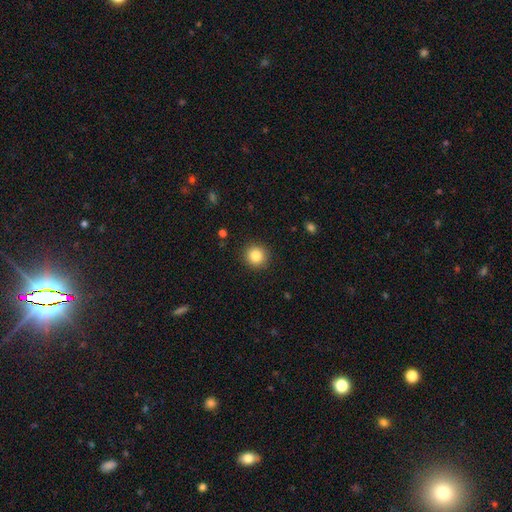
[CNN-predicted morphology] This is clearly a smooth galaxy (84%). How rounded: clearly round (92%). Merging: clearly none (91%).